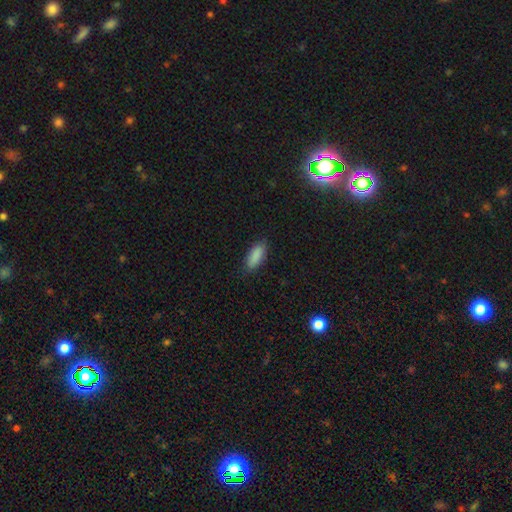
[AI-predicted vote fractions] A smooth galaxy with no disk features (88%) that is in between round and cigar-shaped (76%). Merging: none (84%).